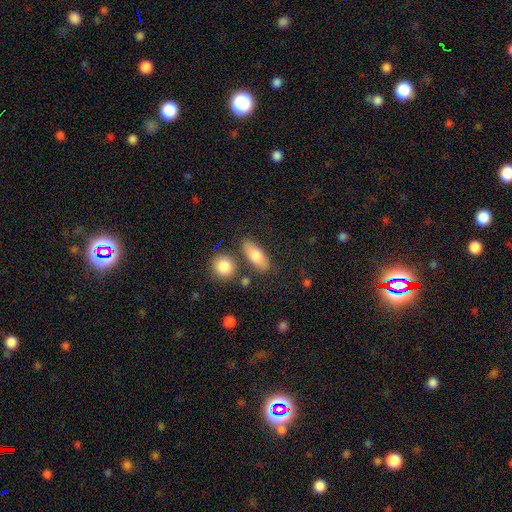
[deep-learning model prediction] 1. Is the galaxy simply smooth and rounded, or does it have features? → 77% smooth, 17% featured or disk, 7% star or artifact.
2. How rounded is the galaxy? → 78% in between, 16% cigar-shaped, 6% round.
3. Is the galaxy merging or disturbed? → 76% none, 12% minor disturbance, 8% merger, 4% major disturbance.